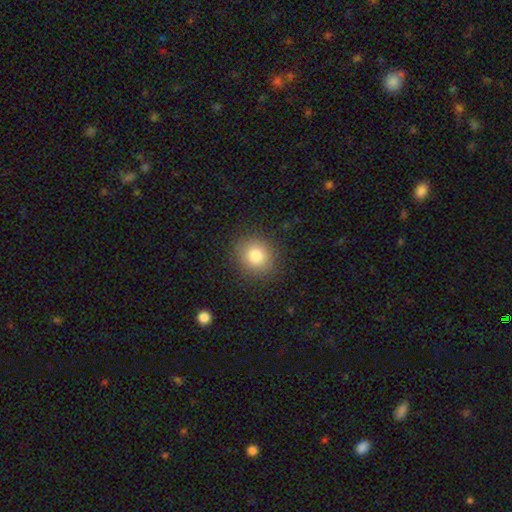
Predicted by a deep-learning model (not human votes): smooth-or-featured: smooth: 81% | star or artifact: 11% | featured or disk: 8%
  how-rounded: round: 80% | in between: 19% | cigar-shaped: 1%
  merging: none: 88% | minor disturbance: 8% | major disturbance: 3% | merger: 1%